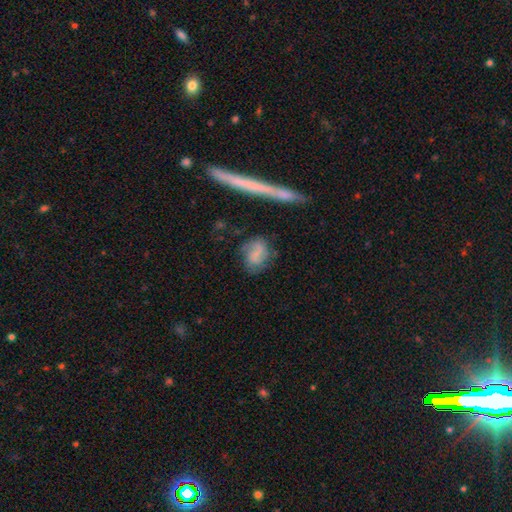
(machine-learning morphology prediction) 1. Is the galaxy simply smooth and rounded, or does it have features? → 49% smooth, 42% featured or disk, 9% star or artifact.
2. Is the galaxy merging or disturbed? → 64% none, 22% minor disturbance, 10% major disturbance, 4% merger.